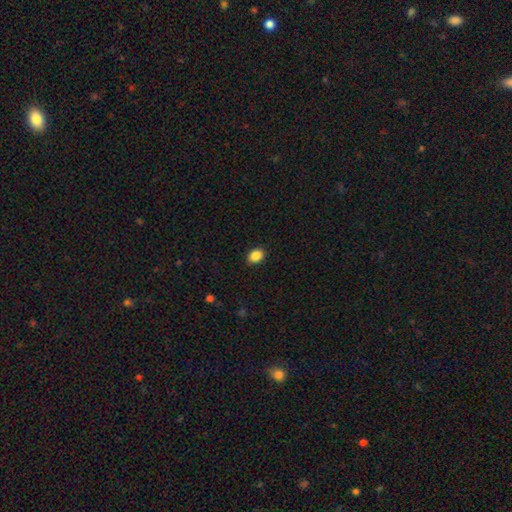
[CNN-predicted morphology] smooth 87%, star or artifact 9%, featured or disk 4%. Down the decision tree: how rounded — in between (62%); merging — none (89%).